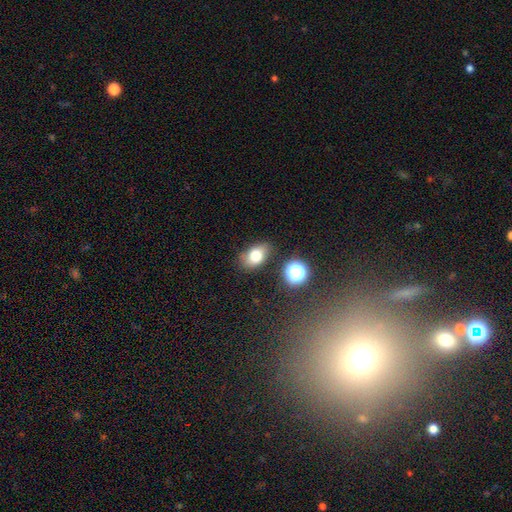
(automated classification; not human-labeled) A smooth galaxy with no disk features (75%) that is in between round and cigar-shaped (84%). Merging: none (77%).